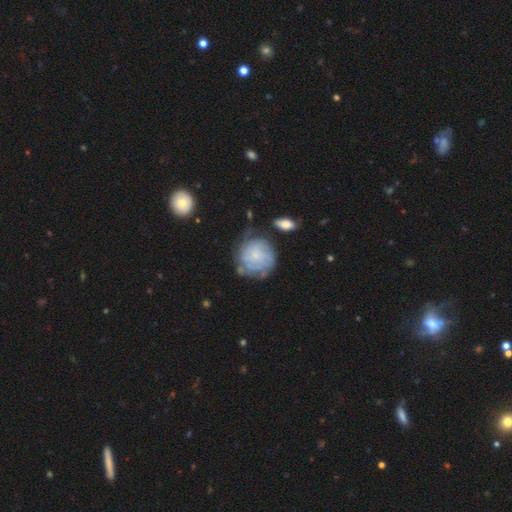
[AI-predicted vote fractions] Q: Smooth or featured?
A: featured or disk (55%); runner-up: smooth (36%)
Q: Edge-on disk?
A: no (97%); runner-up: yes (3%)
Q: Bar?
A: no (81%); runner-up: weak (17%)
Q: Spiral arms?
A: yes (78%); runner-up: no (22%)
Q: Bulge size?
A: small (68%); runner-up: none (18%)
Q: Merging?
A: none (55%); runner-up: minor disturbance (26%)